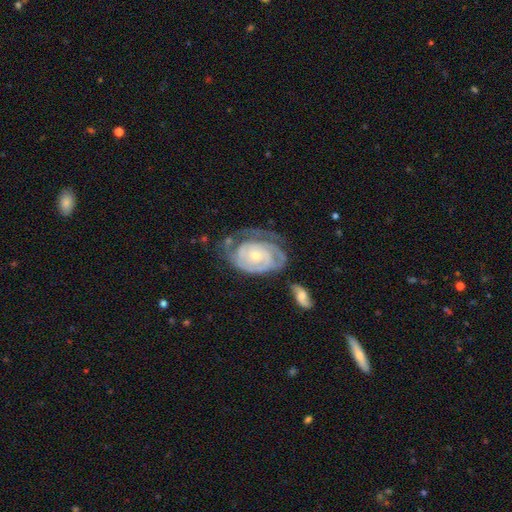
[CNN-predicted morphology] Smooth or featured: featured or disk — 86% (smooth — 9%)
Edge-on disk: no — 97% (yes — 3%)
Bar: no — 75% (weak — 20%)
Spiral arms: yes — 95% (no — 5%)
Spiral winding: tight — 75% (medium — 20%)
Spiral arm count: 2 — 37% (can't tell — 29%)
Bulge size: small — 65% (moderate — 30%)
Merging: none — 48% (minor disturbance — 25%)